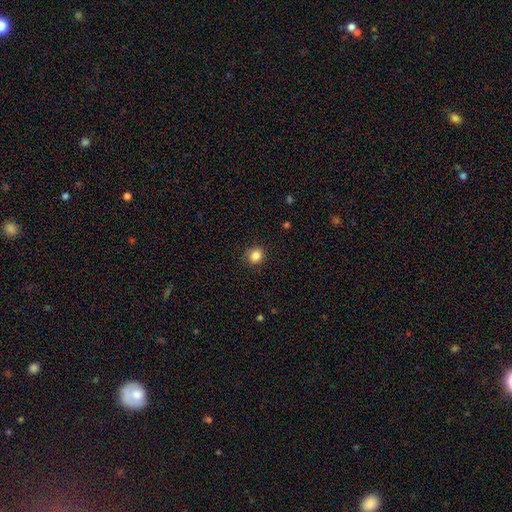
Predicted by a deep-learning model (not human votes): The model was most divided on "how rounded": round: 79%, in between: 20%, cigar-shaped: 1%. More confident: merging — none (86%); smooth or featured — smooth (86%).